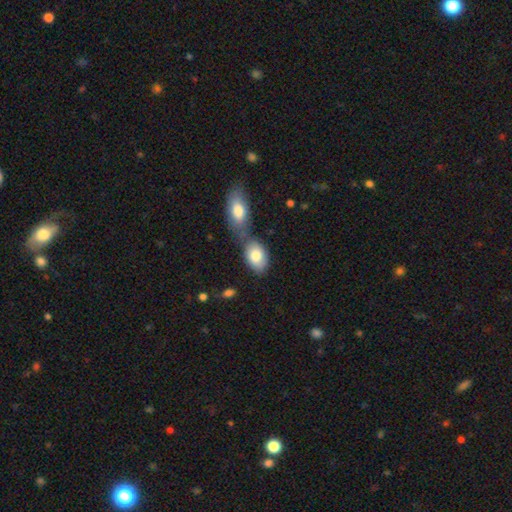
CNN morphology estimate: smooth_or_featured: smooth (p=0.82) [alt: featured or disk p=0.12]
how_rounded: in between (p=0.88) [alt: round p=0.10]
merging: merger (p=0.43) [alt: none p=0.40]